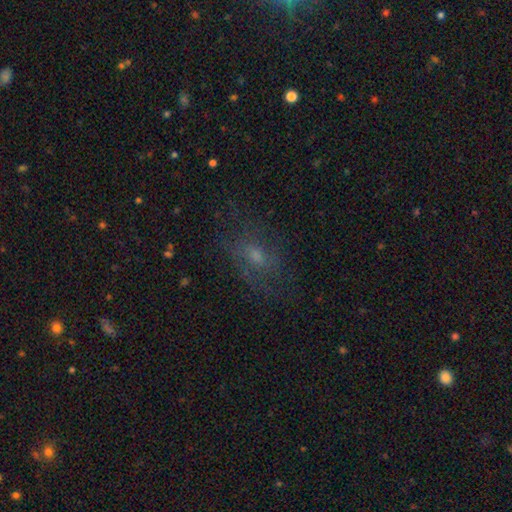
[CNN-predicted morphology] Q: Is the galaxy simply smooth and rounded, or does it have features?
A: featured or disk — 41%, tied with smooth.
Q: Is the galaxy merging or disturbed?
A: none — 62%.